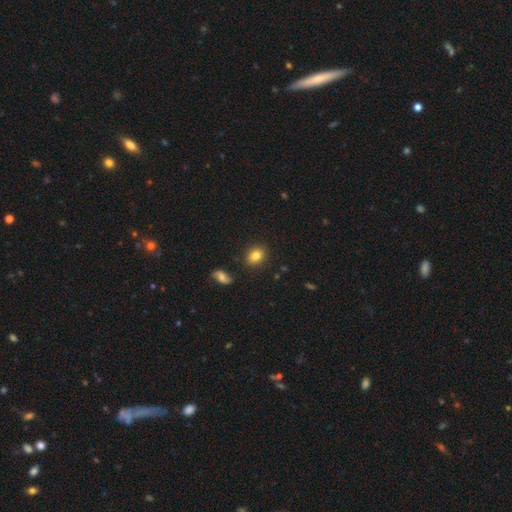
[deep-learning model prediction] Smooth or featured? smooth (82%)
How rounded? round (52%)
Merging? none (87%)